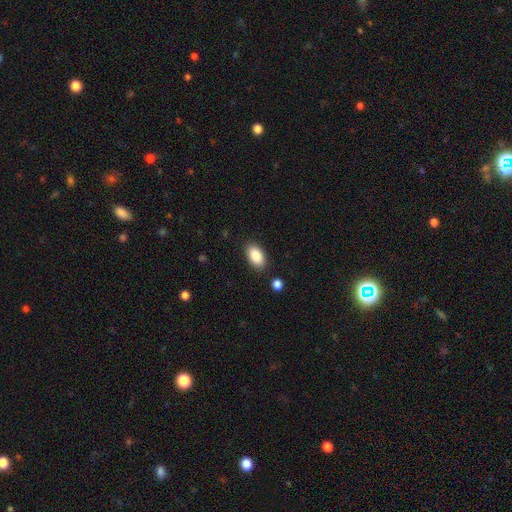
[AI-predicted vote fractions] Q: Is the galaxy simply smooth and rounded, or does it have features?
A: smooth — 88%.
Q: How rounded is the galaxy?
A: in between — 94%.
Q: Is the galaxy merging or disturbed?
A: none — 86%.